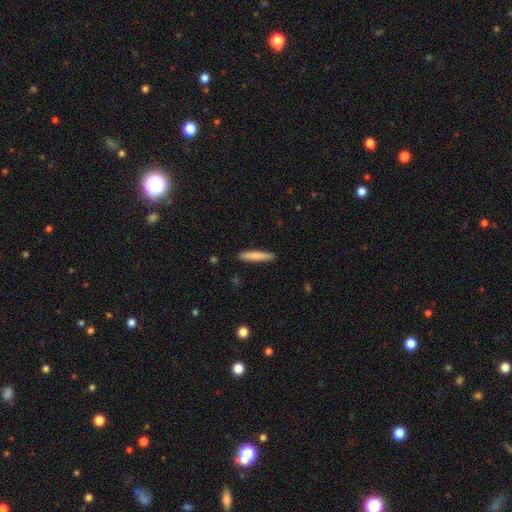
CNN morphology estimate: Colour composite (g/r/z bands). It shows a smooth galaxy with no disk features (80%) that is cigar-shaped (92%). Merging: none (91%).